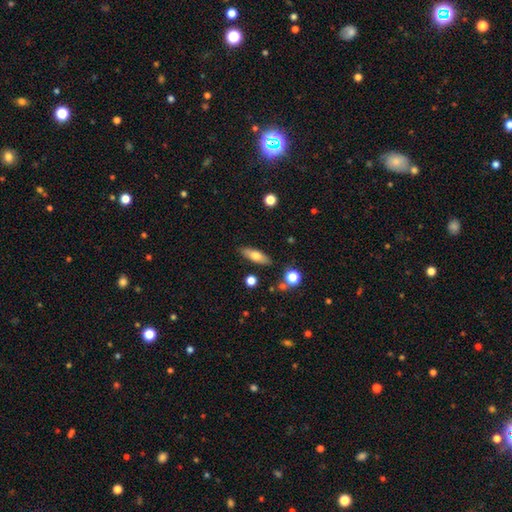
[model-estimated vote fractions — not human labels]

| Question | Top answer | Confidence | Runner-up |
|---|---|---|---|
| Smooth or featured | smooth | 66% | featured or disk (27%) |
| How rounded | in between | 56% | cigar-shaped (41%) |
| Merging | none | 83% | minor disturbance (11%) |